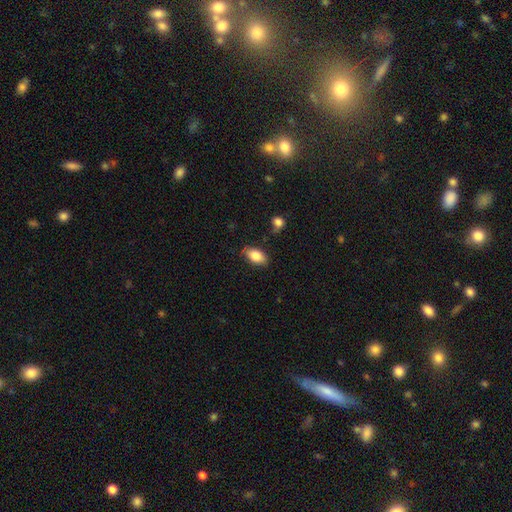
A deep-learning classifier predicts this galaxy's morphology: Smooth or featured?
  - smooth: 84% *
  - featured or disk: 9%
  - star or artifact: 7%
How rounded?
  - in between: 90% *
  - round: 7%
  - cigar-shaped: 3%
Merging?
  - none: 80% *
  - minor disturbance: 15%
  - major disturbance: 3%
  - merger: 2%